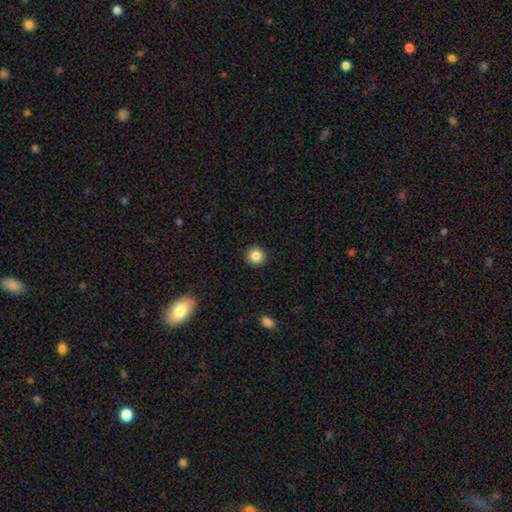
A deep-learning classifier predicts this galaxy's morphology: Smooth or featured? smooth (85%)
How rounded? round (93%)
Merging? none (93%)